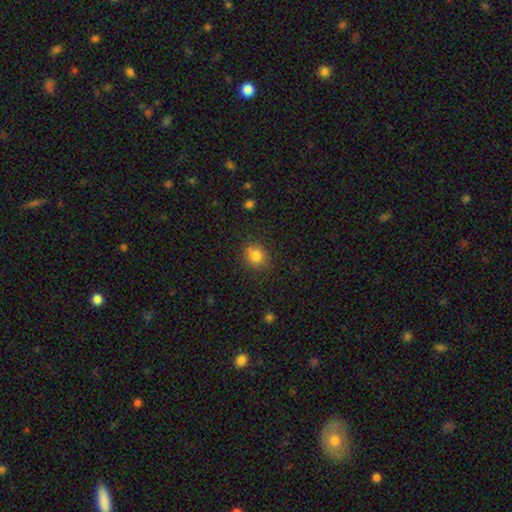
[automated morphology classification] This is clearly a smooth galaxy (82%). How rounded: likely round (75%). Merging: clearly none (81%).